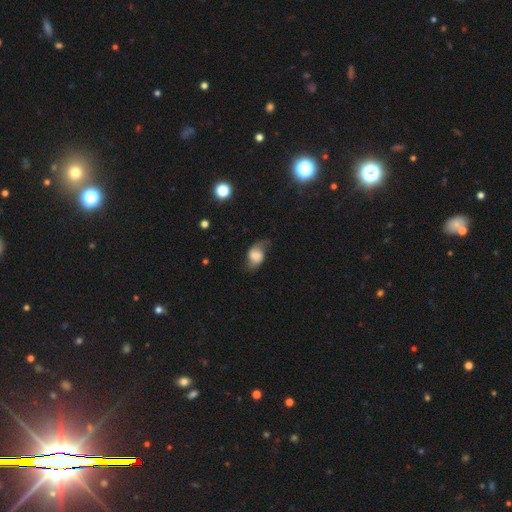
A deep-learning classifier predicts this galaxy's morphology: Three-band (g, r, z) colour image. It shows a smooth galaxy with no disk features (49%). Merging: none (56%).